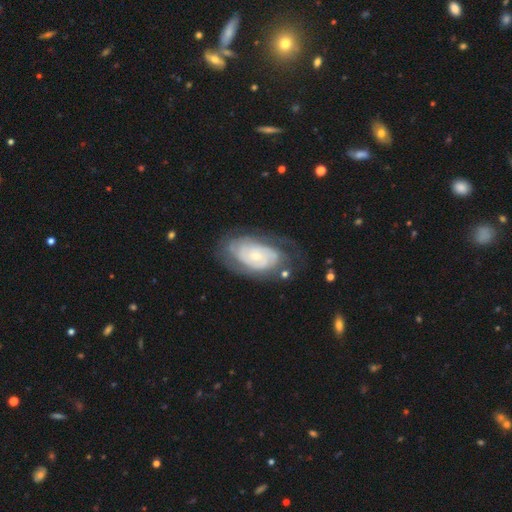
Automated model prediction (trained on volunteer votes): The model was most divided on "spiral arm count": can't tell: 42%, 2: 35%, 3: 10%, 4: 5%, 1: 5%, more than 4: 4%. More confident: edge-on disk — no (95%); spiral arms — yes (90%); smooth or featured — featured or disk (78%); bar — no (76%); bulge size — small (72%); spiral winding — tight (70%); merging — none (66%).